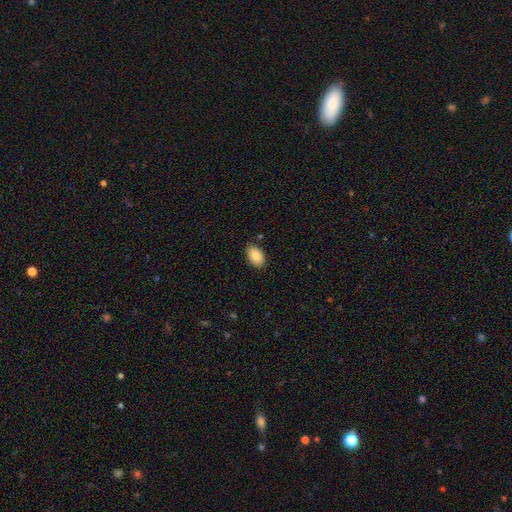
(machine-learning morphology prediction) smooth_or_featured: smooth (p=0.89) [alt: star or artifact p=0.07]
how_rounded: in between (p=0.91) [alt: round p=0.08]
merging: none (p=0.85) [alt: minor disturbance p=0.11]